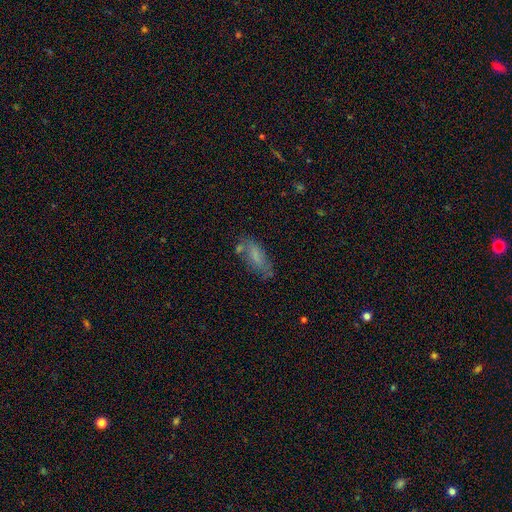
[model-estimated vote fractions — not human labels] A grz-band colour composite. It shows a smooth galaxy with no disk features (66%) that is in between round and cigar-shaped (73%). Merging: none (61%).